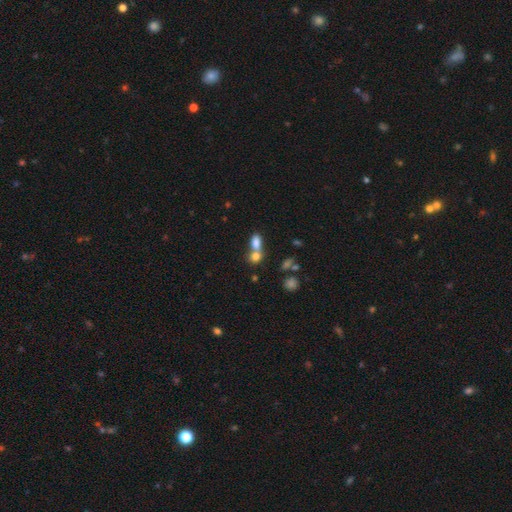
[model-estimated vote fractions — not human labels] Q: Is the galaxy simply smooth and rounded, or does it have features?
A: smooth — 77%.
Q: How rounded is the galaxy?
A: in between — 61%.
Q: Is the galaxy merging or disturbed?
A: merger — 58%.